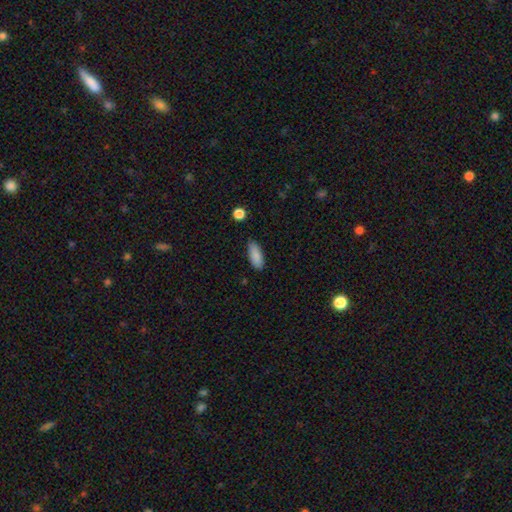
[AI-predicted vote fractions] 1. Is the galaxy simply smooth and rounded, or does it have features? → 88% smooth, 7% star or artifact, 5% featured or disk.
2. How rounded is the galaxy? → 78% in between, 20% cigar-shaped, 2% round.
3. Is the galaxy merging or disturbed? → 81% none, 15% minor disturbance, 2% major disturbance, 2% merger.